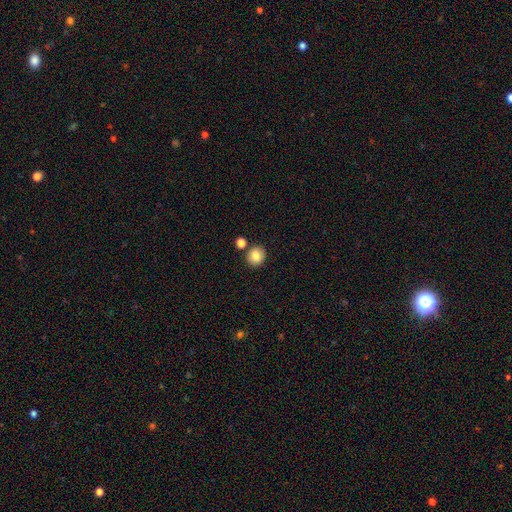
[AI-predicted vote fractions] Smooth or featured?
  - smooth: 84% *
  - star or artifact: 10%
  - featured or disk: 7%
How rounded?
  - round: 82% *
  - in between: 17%
  - cigar-shaped: 1%
Merging?
  - none: 81% *
  - merger: 9%
  - minor disturbance: 8%
  - major disturbance: 2%